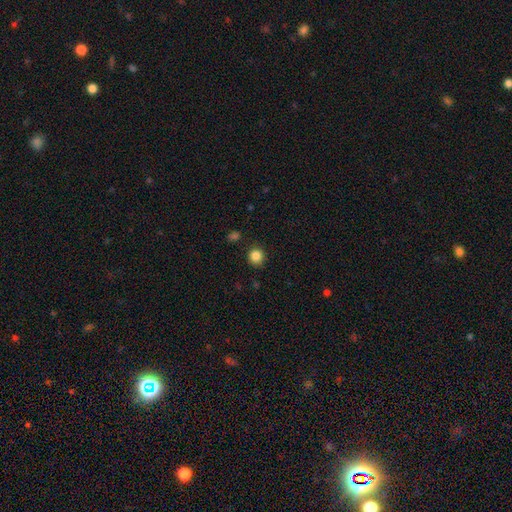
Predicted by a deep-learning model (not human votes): Smooth or featured? smooth (85%)
How rounded? round (90%)
Merging? none (89%)